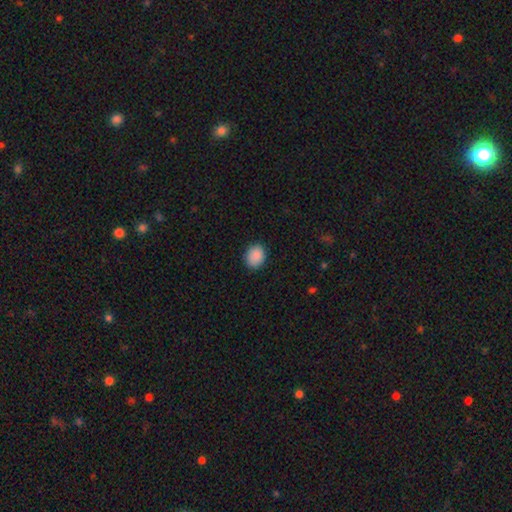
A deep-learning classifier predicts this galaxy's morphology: The model was most divided on "how rounded": in between: 53%, round: 46%, cigar-shaped: 1%. More confident: smooth or featured — smooth (89%); merging — none (88%).